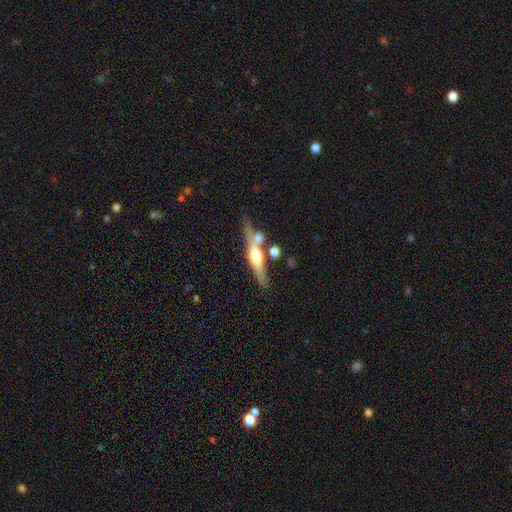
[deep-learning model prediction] Smooth or featured? Predicted: featured or disk (p=0.70). Edge-on disk? Predicted: yes (p=0.94). Edge-on bulge? Predicted: rounded (p=0.93). Merging? Predicted: none (p=0.60).